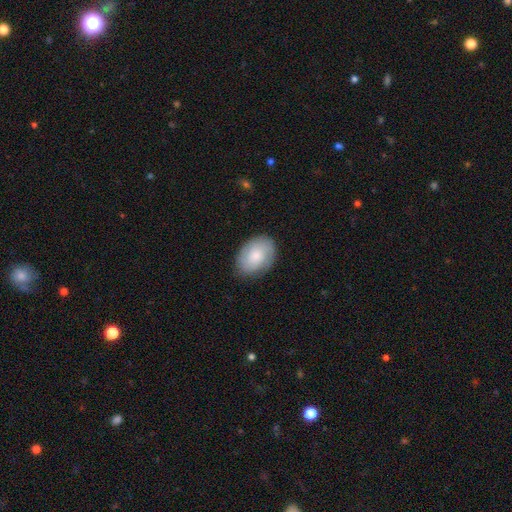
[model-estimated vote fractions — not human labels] A smooth galaxy with no disk features (73%) that is in between round and cigar-shaped (82%). Merging: none (82%).